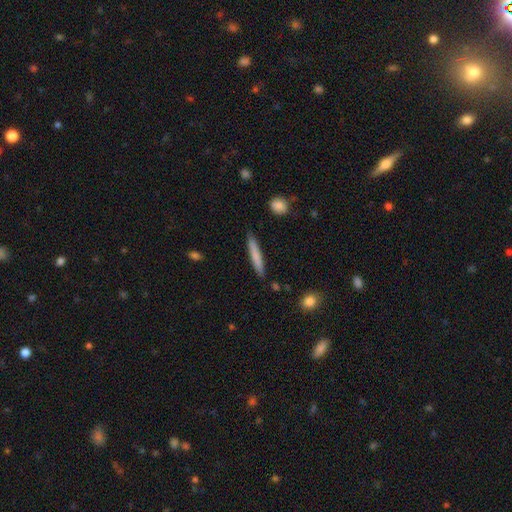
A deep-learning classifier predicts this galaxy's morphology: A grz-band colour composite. It shows a smooth galaxy with no disk features (73%) that is cigar-shaped (95%). Merging: none (88%).